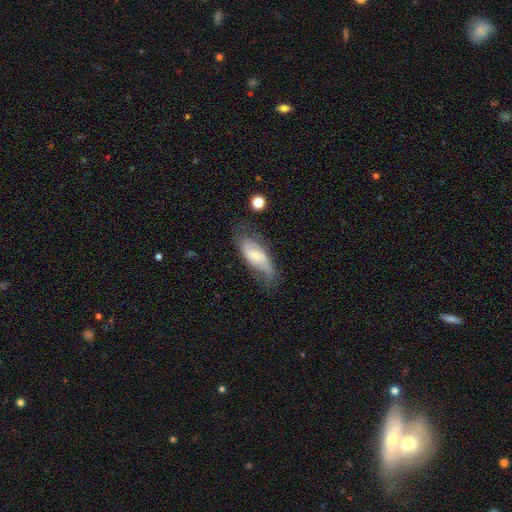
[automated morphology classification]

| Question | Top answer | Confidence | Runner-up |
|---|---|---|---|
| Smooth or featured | featured or disk | 51% | smooth (42%) |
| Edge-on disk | no | 85% | yes (15%) |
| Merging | none | 56% | minor disturbance (29%) |